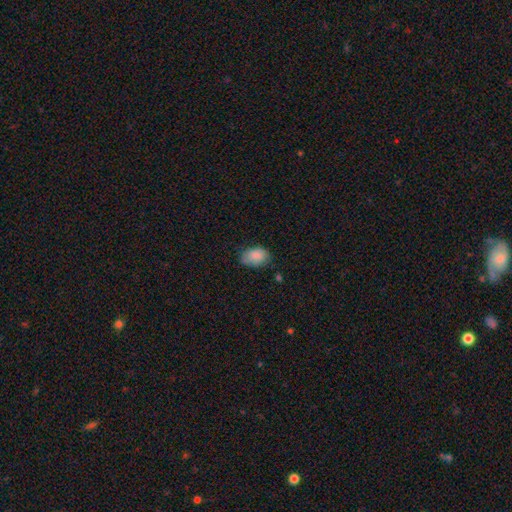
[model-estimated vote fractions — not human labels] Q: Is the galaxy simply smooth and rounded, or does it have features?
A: smooth — 87%.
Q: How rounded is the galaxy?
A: in between — 87%.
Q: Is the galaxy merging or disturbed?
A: none — 72%.